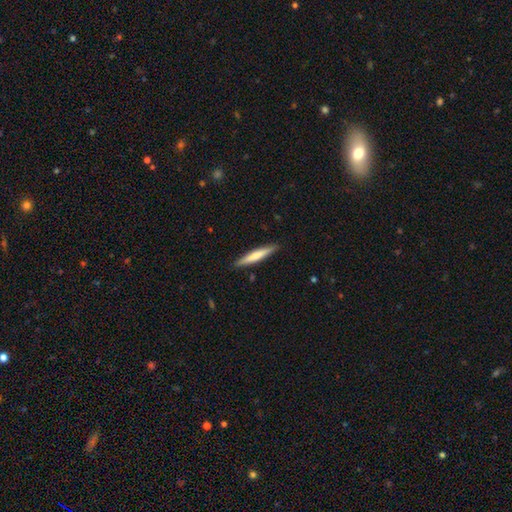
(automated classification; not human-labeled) Smooth or featured? Predicted: smooth (p=0.63). How rounded? Predicted: cigar-shaped (p=0.93). Merging? Predicted: none (p=0.90).